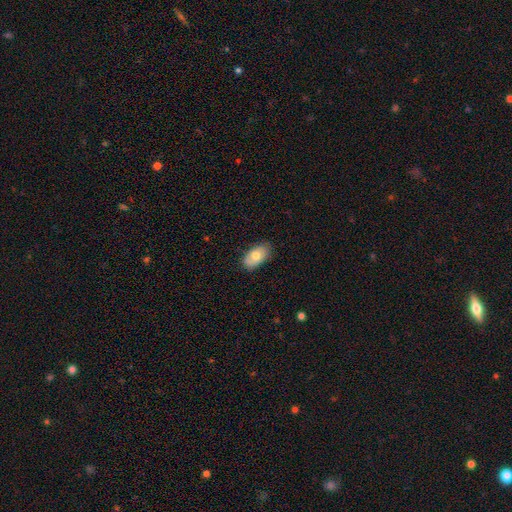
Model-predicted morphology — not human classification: Smooth or featured? Predicted: smooth (p=0.72). How rounded? Predicted: in between (p=0.93). Merging? Predicted: none (p=0.81).